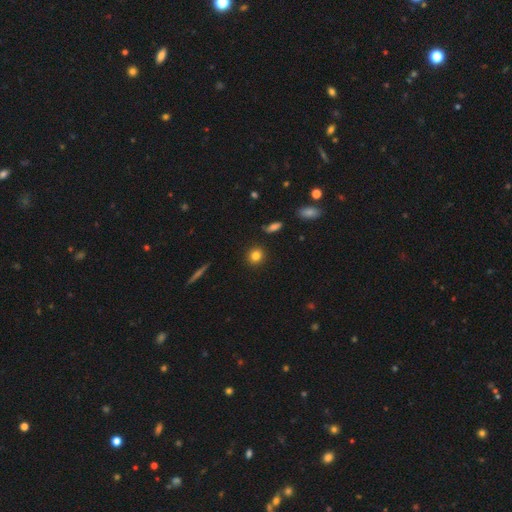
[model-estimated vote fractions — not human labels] Morphology: type=smooth (84%); roundness=round (81%); merging=none (91%).